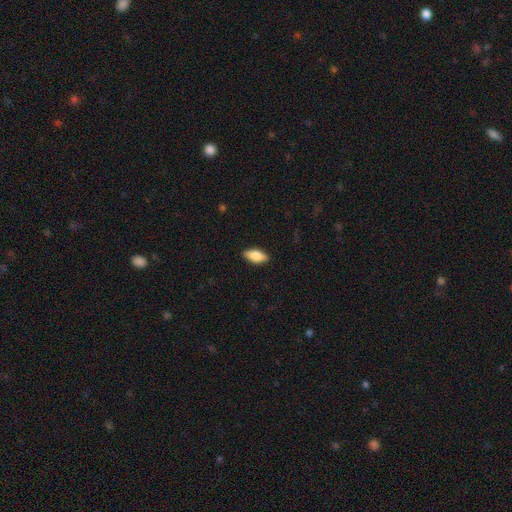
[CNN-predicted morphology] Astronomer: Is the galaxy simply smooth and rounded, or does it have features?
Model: smooth — 77%.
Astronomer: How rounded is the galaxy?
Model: in between — 84%.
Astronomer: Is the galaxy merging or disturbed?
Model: none — 88%.